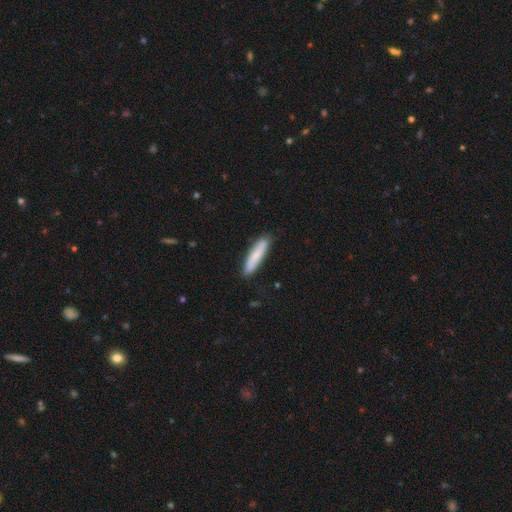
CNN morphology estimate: This is likely a smooth galaxy (75%). How rounded: clearly cigar-shaped (86%). Merging: clearly none (86%).